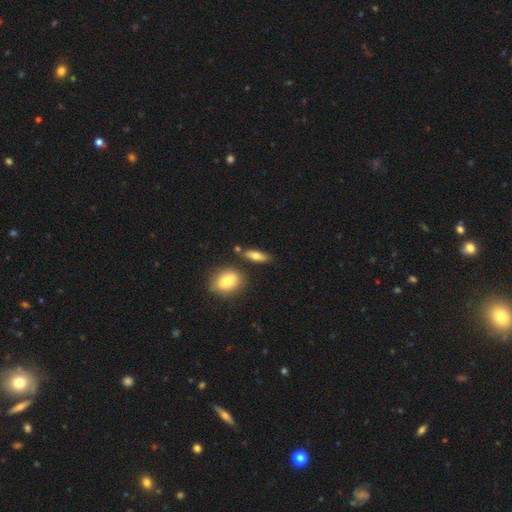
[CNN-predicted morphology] smooth 72%, featured or disk 20%, star or artifact 8%. Down the decision tree: how rounded — in between (60%); merging — none (76%).